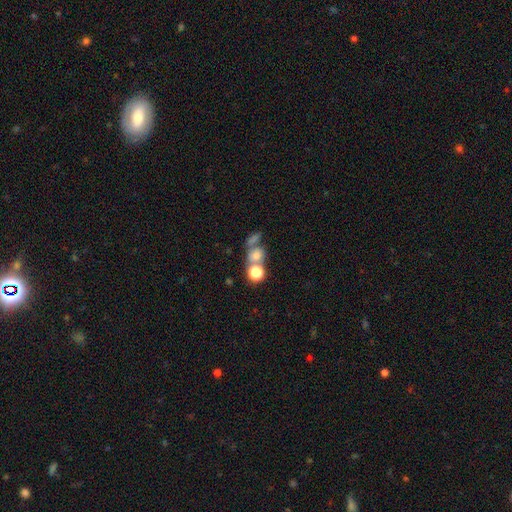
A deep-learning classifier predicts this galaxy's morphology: smooth-or-featured: smooth: 64% | star or artifact: 19% | featured or disk: 17%
  how-rounded: round: 67% | in between: 30% | cigar-shaped: 3%
  merging: merger: 46% | none: 35% | major disturbance: 10% | minor disturbance: 9%